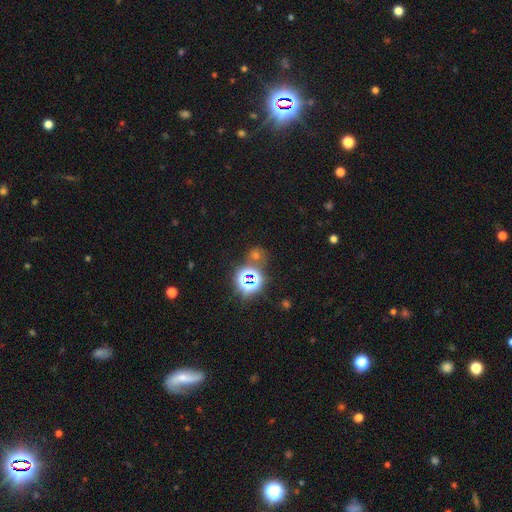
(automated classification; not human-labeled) This appears to be a star or artifact, not a galaxy (62%).